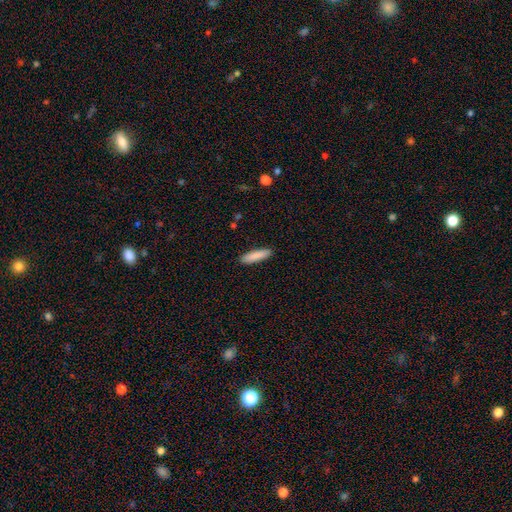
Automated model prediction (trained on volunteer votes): smooth-or-featured: smooth: 87% | featured or disk: 7% | star or artifact: 6%
  how-rounded: cigar-shaped: 76% | in between: 23% | round: 1%
  merging: none: 90% | minor disturbance: 7% | major disturbance: 2% | merger: 1%